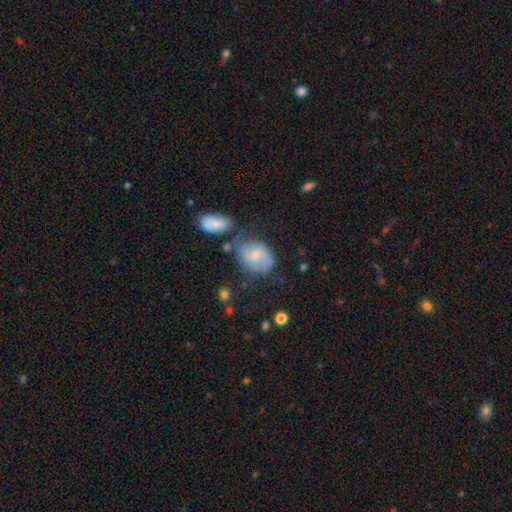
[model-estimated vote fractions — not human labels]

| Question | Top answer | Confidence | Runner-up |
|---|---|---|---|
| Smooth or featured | smooth | 51% | featured or disk (40%) |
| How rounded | in between | 70% | round (29%) |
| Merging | none | 47% | minor disturbance (27%) |